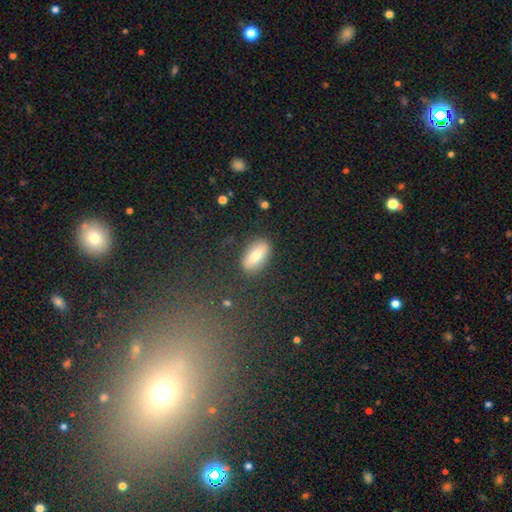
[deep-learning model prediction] This appears to be a smooth galaxy with no disk features (75%) that is in between round and cigar-shaped (86%). Merging: none (83%).